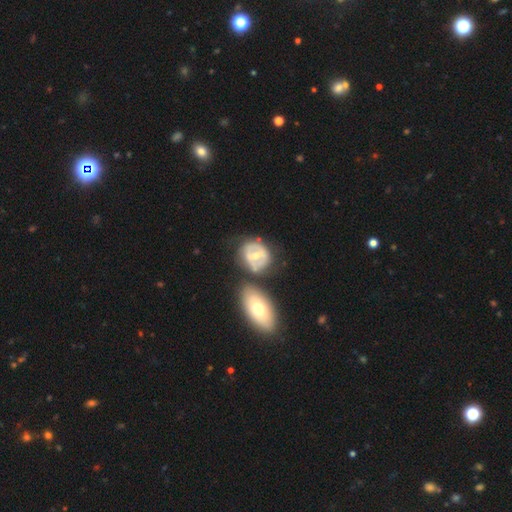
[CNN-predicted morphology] This appears to be a featured or disk galaxy (58%) with a weak bar (39%), no spiral arms (60%) and a moderate central bulge (63%). Merging: none (51%).